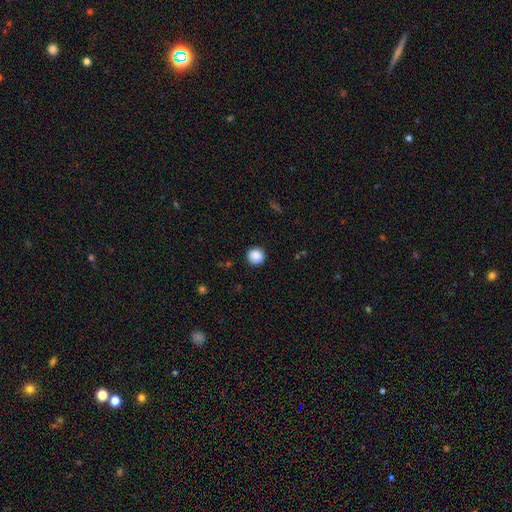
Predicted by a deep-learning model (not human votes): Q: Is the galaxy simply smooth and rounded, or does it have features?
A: smooth — 89%.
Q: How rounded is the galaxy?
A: round — 95%.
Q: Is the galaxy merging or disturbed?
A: none — 92%.